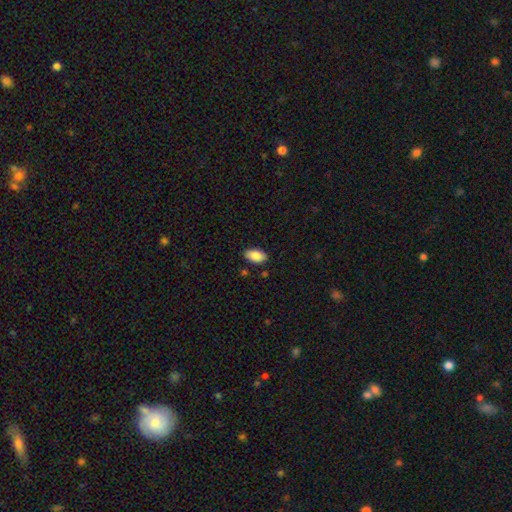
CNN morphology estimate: smooth 88%, star or artifact 7%, featured or disk 6%. Down the decision tree: how rounded — in between (94%); merging — none (85%).